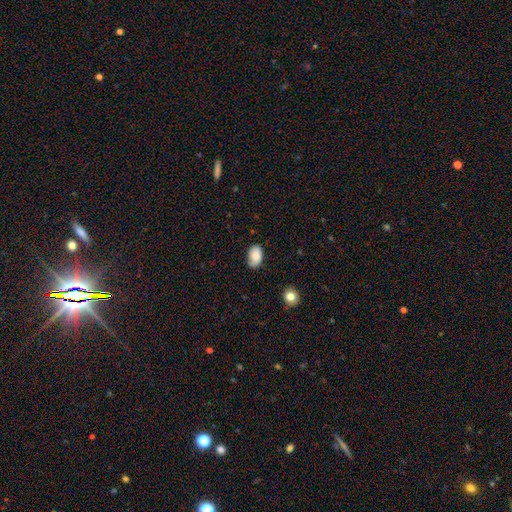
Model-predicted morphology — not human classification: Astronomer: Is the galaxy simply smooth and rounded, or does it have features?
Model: smooth — 84%.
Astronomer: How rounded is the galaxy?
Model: in between — 91%.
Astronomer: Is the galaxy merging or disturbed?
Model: none — 73%.